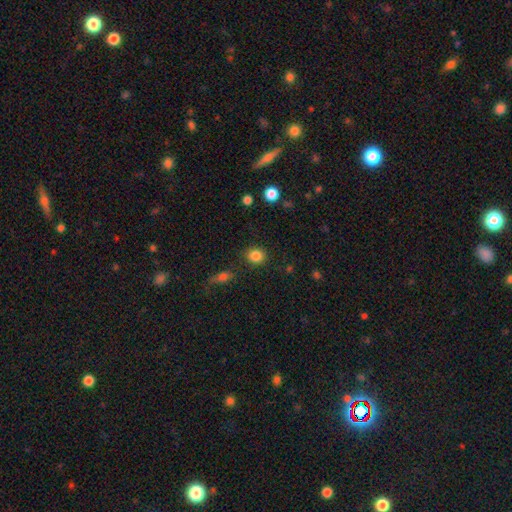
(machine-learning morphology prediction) Smooth or featured? smooth (85%)
How rounded? round (78%)
Merging? none (86%)